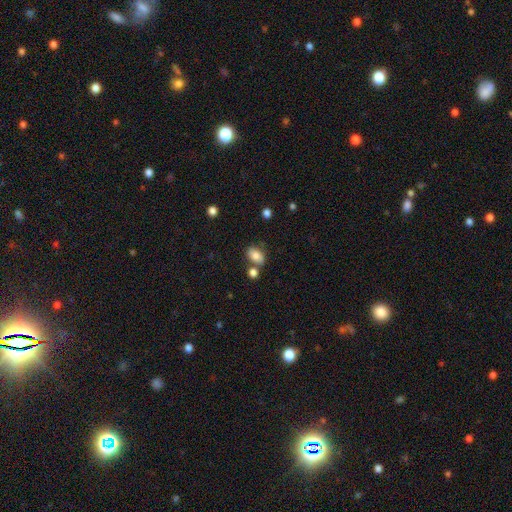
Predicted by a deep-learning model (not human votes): A smooth galaxy with no disk features (79%) that is in between round and cigar-shaped (84%).

Vote fractions:
- Smooth or featured? smooth: 79% / featured or disk: 11% / star or artifact: 9%
- How rounded? in between: 84% / round: 14% / cigar-shaped: 2%
- Merging? none: 57% / merger: 21% / minor disturbance: 17% / major disturbance: 6%